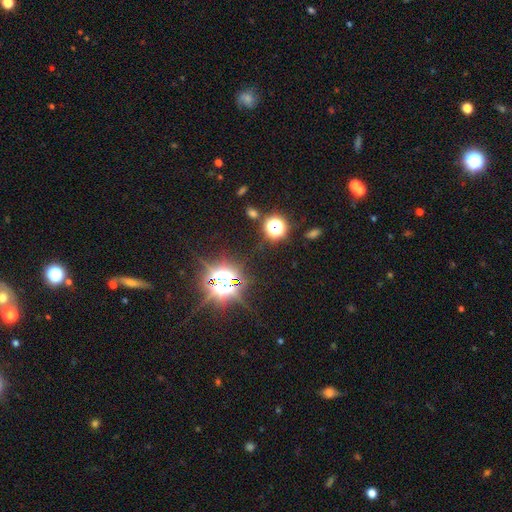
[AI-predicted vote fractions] Smooth or featured?
  - star or artifact: 80% *
  - smooth: 13%
  - featured or disk: 6%